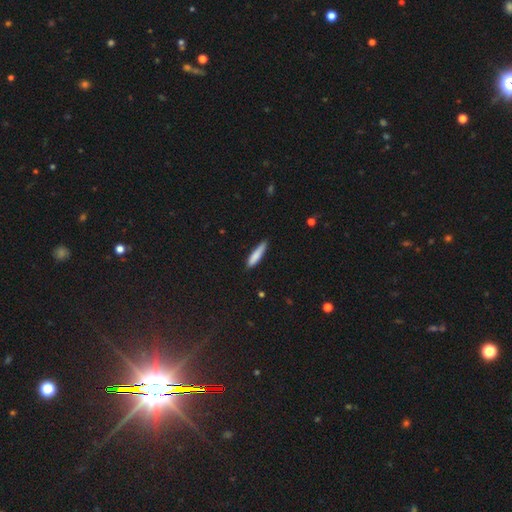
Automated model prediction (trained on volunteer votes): The model was most divided on "merging": none: 81%, minor disturbance: 15%, major disturbance: 2%, merger: 1%. More confident: how rounded — cigar-shaped (84%); smooth or featured — smooth (81%).